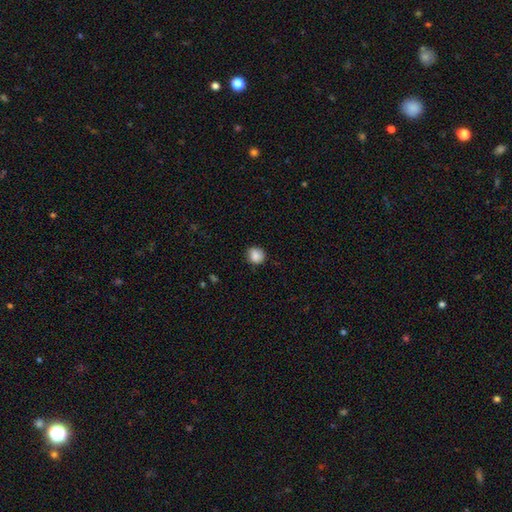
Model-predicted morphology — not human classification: type=smooth (86%); roundness=round (86%); merging=none (82%).